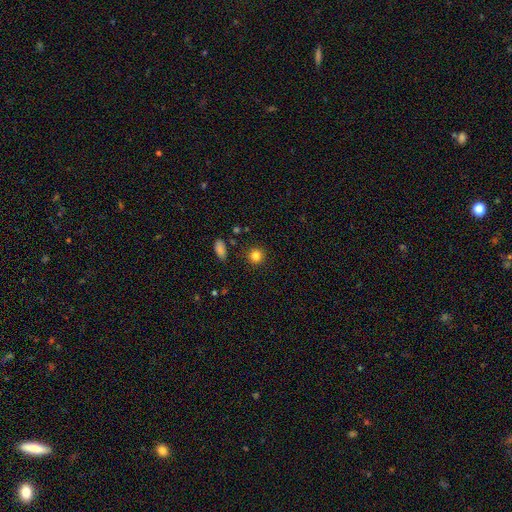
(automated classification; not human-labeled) Smooth or featured?
  - smooth: 83% *
  - star or artifact: 11%
  - featured or disk: 5%
How rounded?
  - round: 91% *
  - in between: 8%
  - cigar-shaped: 1%
Merging?
  - none: 90% *
  - minor disturbance: 6%
  - major disturbance: 2%
  - merger: 2%